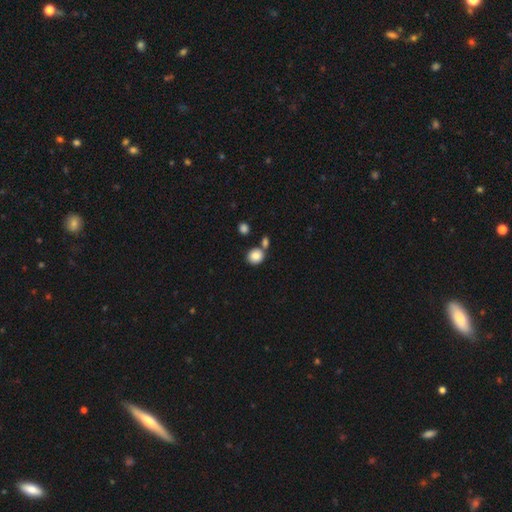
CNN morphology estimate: A smooth galaxy with no disk features (85%) that is round (81%).

Vote fractions:
- Smooth or featured? smooth: 85% / star or artifact: 9% / featured or disk: 6%
- How rounded? round: 81% / in between: 18% / cigar-shaped: 1%
- Merging? none: 66% / merger: 21% / minor disturbance: 10% / major disturbance: 3%